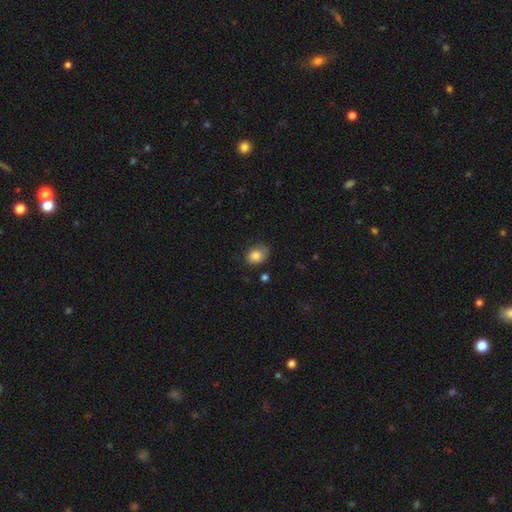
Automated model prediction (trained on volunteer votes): Q: Smooth or featured?
A: smooth (83%); runner-up: star or artifact (9%)
Q: How rounded?
A: in between (61%); runner-up: round (38%)
Q: Merging?
A: none (68%); runner-up: minor disturbance (25%)